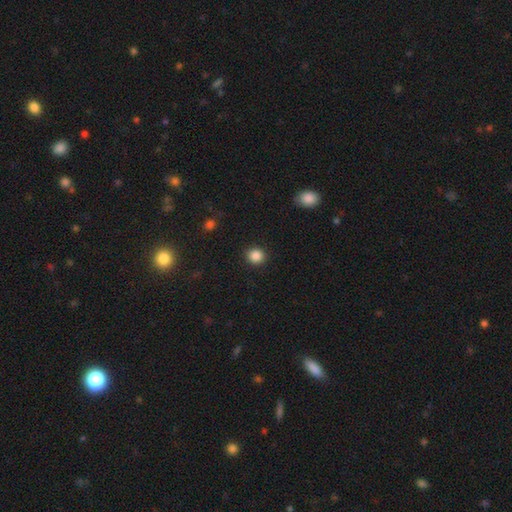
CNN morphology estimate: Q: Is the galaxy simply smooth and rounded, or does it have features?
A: smooth — 87%.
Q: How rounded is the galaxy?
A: round — 87%.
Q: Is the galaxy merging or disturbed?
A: none — 91%.